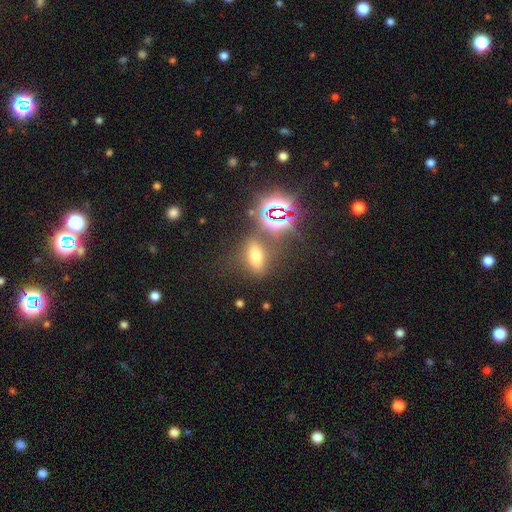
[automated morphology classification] Q: Smooth or featured?
A: smooth (47%); runner-up: star or artifact (38%)
Q: Merging?
A: none (70%); runner-up: minor disturbance (13%)